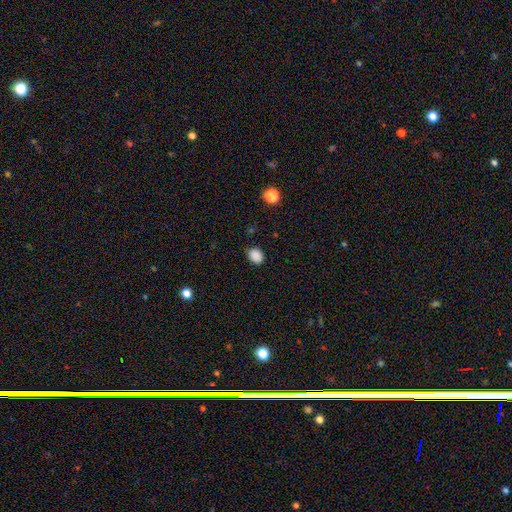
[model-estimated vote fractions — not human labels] Smooth or featured? Predicted: smooth (p=0.87). How rounded? Predicted: in between (p=0.54). Merging? Predicted: none (p=0.84).